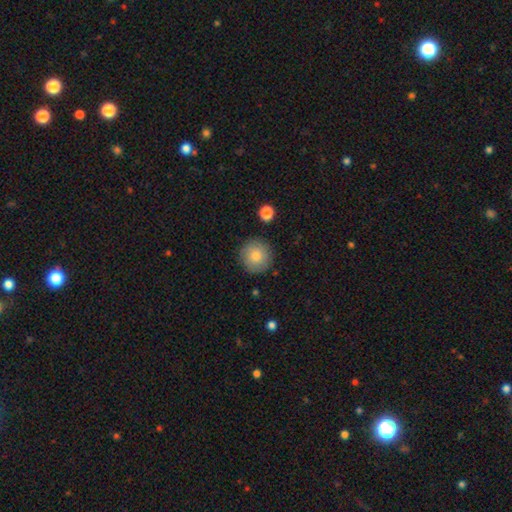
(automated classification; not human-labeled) Smooth or featured? Predicted: smooth (p=0.81). How rounded? Predicted: round (p=0.96). Merging? Predicted: none (p=0.89).